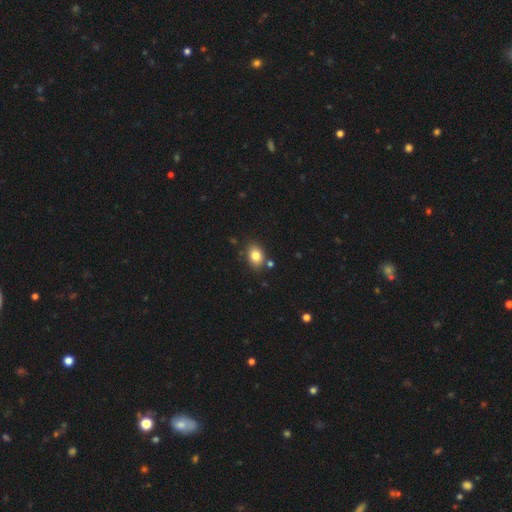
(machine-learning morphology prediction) This appears to be a smooth galaxy with no disk features (82%) that is in between round and cigar-shaped (69%). Merging: none (78%).